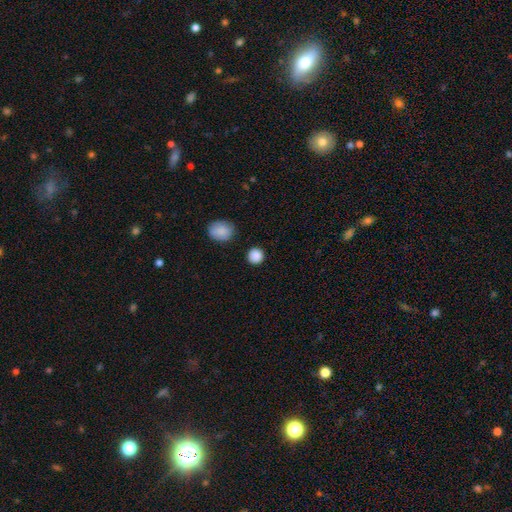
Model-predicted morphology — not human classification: Overall: smooth (88%). How rounded: round (92%). Merging: none (88%).